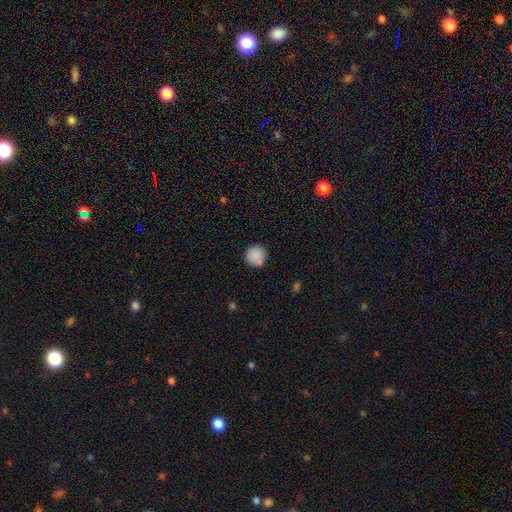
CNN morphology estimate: Overall: smooth (87%). How rounded: round (93%). Merging: none (81%).